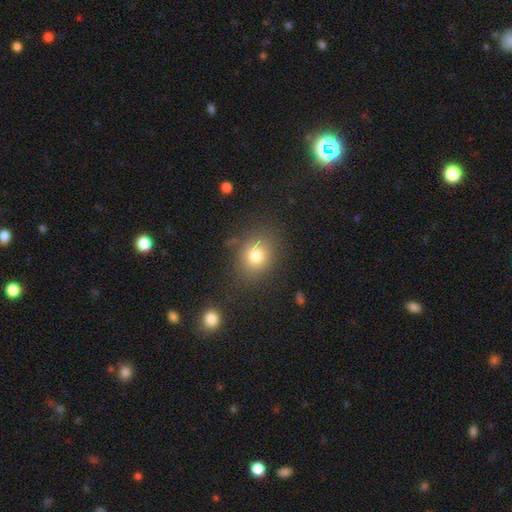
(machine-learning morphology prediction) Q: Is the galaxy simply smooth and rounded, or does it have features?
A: smooth — 77%.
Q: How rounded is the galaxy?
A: round — 66%.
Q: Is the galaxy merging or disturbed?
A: none — 79%.